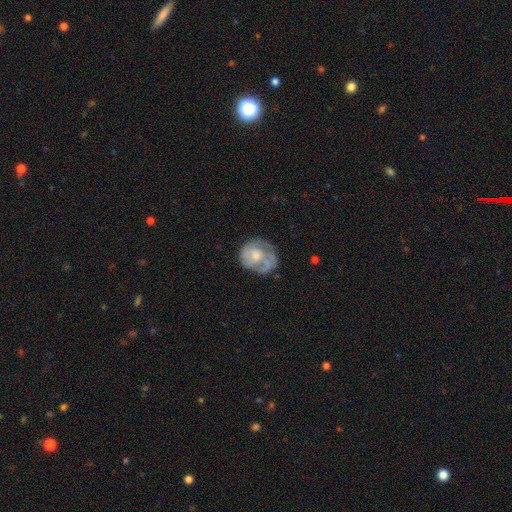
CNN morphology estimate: A featured or disk galaxy (60%) with no bar (80%), spiral arms (69%) and a moderate central bulge (49%). Merging: none (60%).